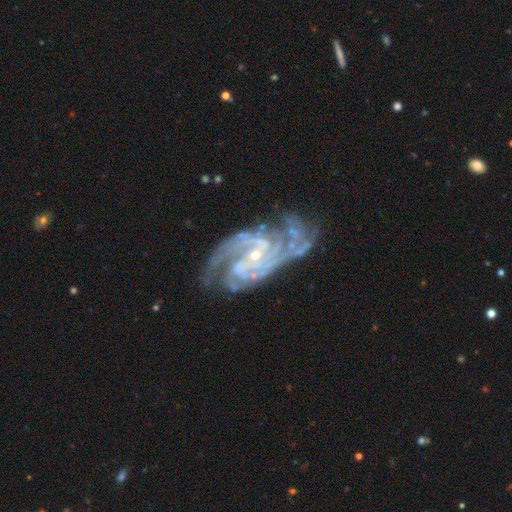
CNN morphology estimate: A featured or disk galaxy (91%) with no bar (53%), 3 (24%) tight (56%) spiral arms (98%) and a small central bulge (79%).

Vote fractions:
- Smooth or featured? featured or disk: 91% / star or artifact: 6% / smooth: 3%
- Edge-on disk? no: 96% / yes: 4%
- Bar? no: 53% / weak: 33% / strong: 15%
- Spiral arms? yes: 98% / no: 2%
- Spiral winding? tight: 56% / medium: 37% / loose: 7%
- Spiral arm count? 3: 24% / 4: 22% / 2: 20% / can't tell: 16% / more than 4: 10% / 1: 7%
- Bulge size? small: 79% / moderate: 18% / none: 2% / large: 1% / dominant: 1%
- Merging? none: 63% / minor disturbance: 21% / major disturbance: 12% / merger: 4%